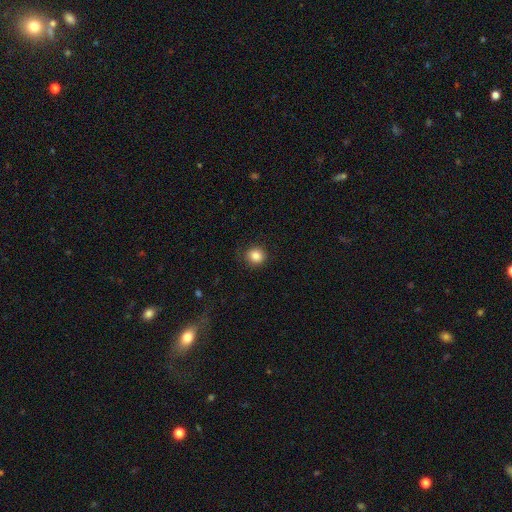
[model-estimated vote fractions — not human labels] smooth 85%, star or artifact 10%, featured or disk 5%. Down the decision tree: how rounded — round (88%); merging — none (86%).